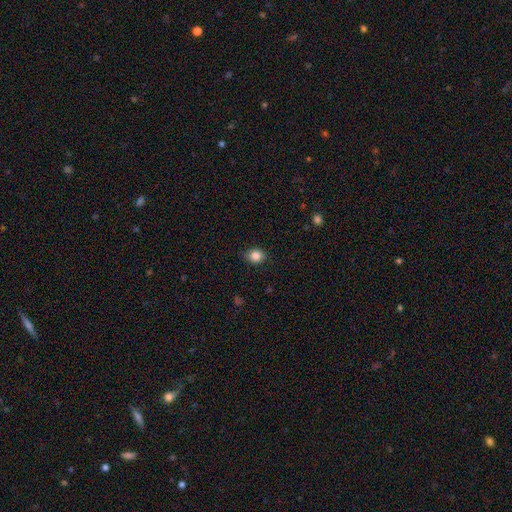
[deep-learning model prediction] A smooth galaxy with no disk features (85%) that is round (63%).

Vote fractions:
- Smooth or featured? smooth: 85% / star or artifact: 10% / featured or disk: 5%
- How rounded? round: 63% / in between: 36% / cigar-shaped: 1%
- Merging? none: 83% / minor disturbance: 13% / major disturbance: 3% / merger: 1%